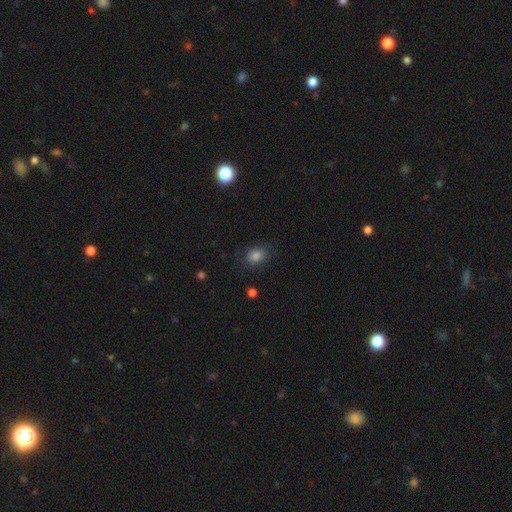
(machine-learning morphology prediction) smooth_or_featured: smooth (p=0.83) [alt: star or artifact p=0.12]
how_rounded: in between (p=0.58) [alt: round p=0.41]
merging: none (p=0.81) [alt: minor disturbance p=0.13]